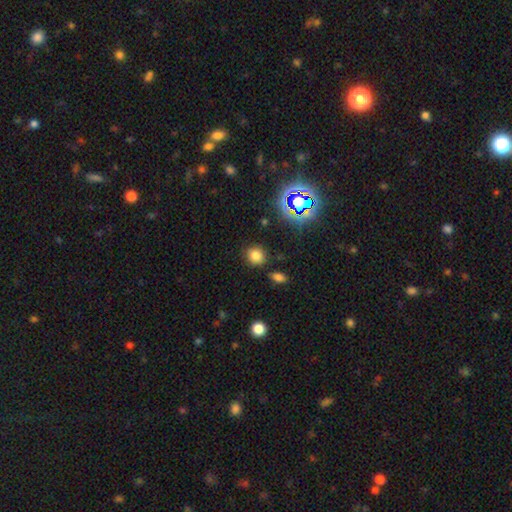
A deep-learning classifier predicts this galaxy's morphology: A smooth galaxy with no disk features (77%) that is round (82%). Merging: none (84%).